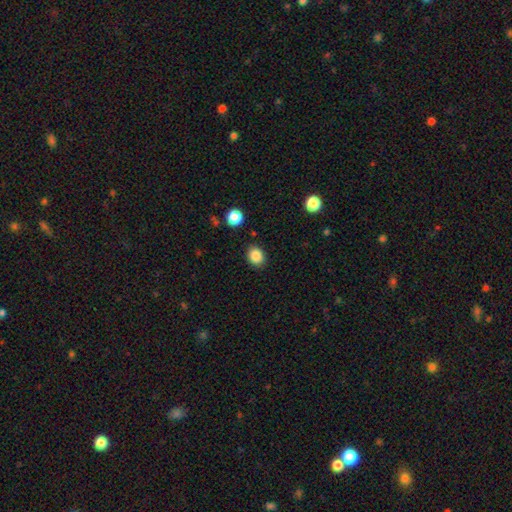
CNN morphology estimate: A smooth galaxy with no disk features (87%) that is round (54%). Merging: none (86%).